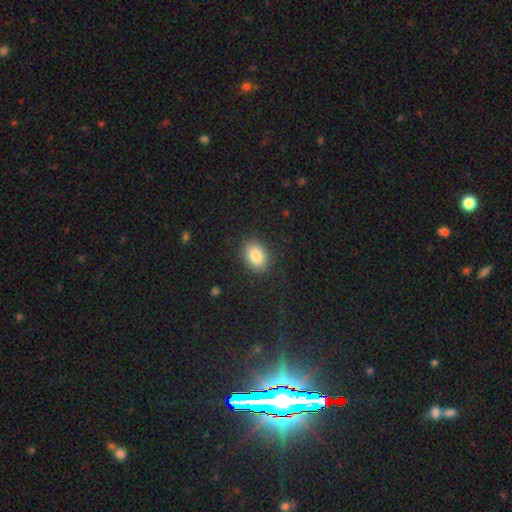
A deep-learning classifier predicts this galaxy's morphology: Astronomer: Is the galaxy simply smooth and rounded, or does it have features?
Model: smooth — 86%.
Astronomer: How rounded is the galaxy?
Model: in between — 72%.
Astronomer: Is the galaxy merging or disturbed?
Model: none — 87%.